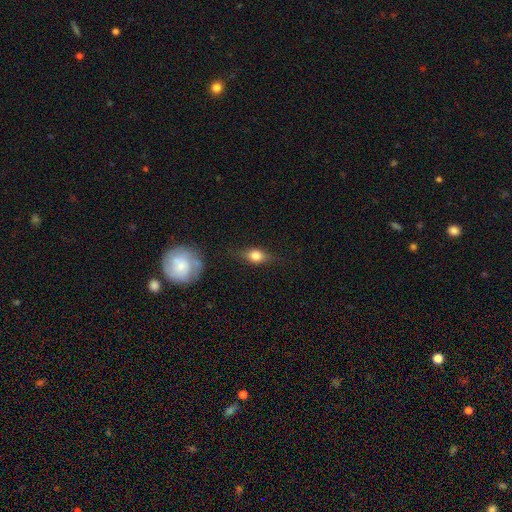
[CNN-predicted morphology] A smooth galaxy with no disk features (65%) that is in between round and cigar-shaped (69%). Merging: none (72%).